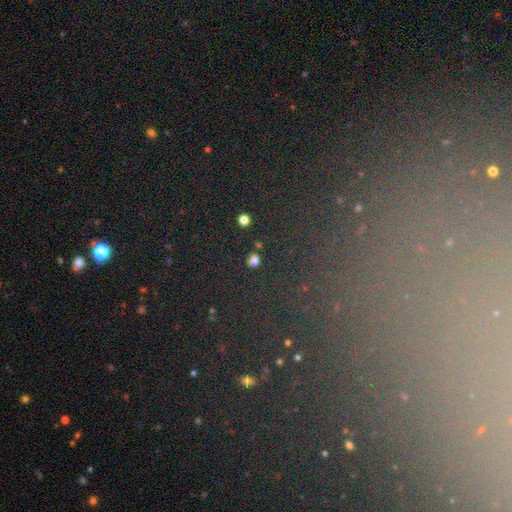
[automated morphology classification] Overall: star or artifact (74%).